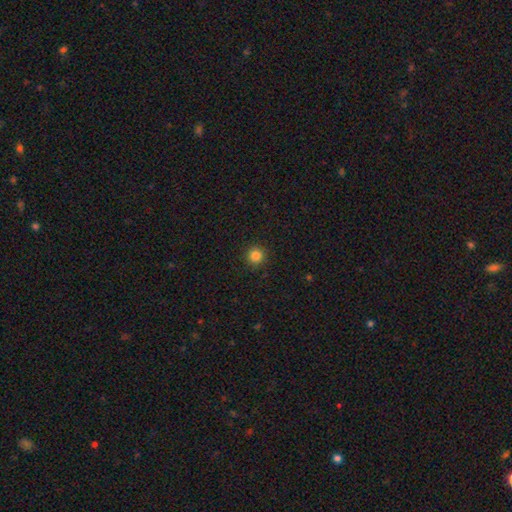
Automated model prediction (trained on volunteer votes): smooth 83%, star or artifact 13%, featured or disk 4%. Down the decision tree: how rounded — round (95%); merging — none (91%).